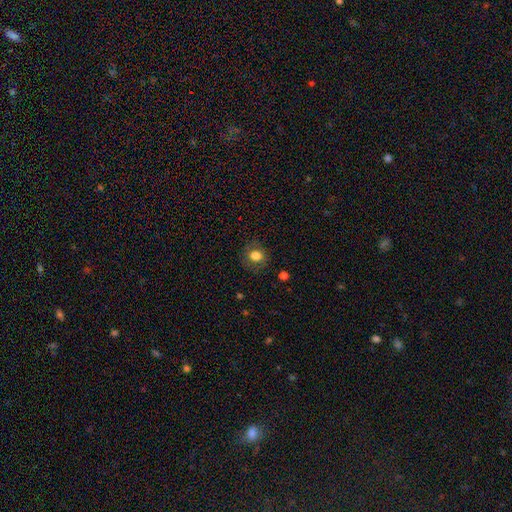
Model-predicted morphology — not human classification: A smooth galaxy with no disk features (76%) that is round (78%). Merging: none (82%).